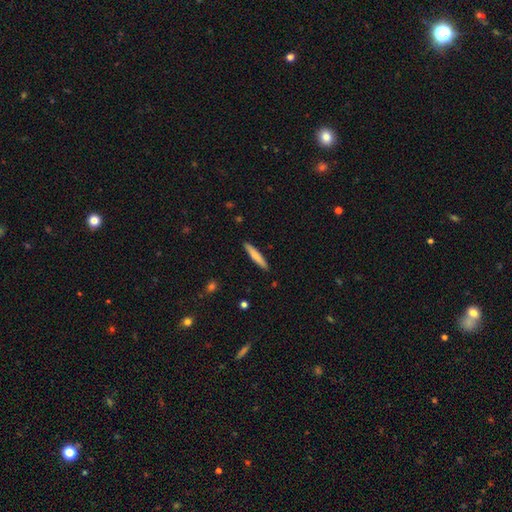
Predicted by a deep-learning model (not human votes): Morphology: type=smooth (72%); roundness=cigar-shaped (93%); merging=none (90%).